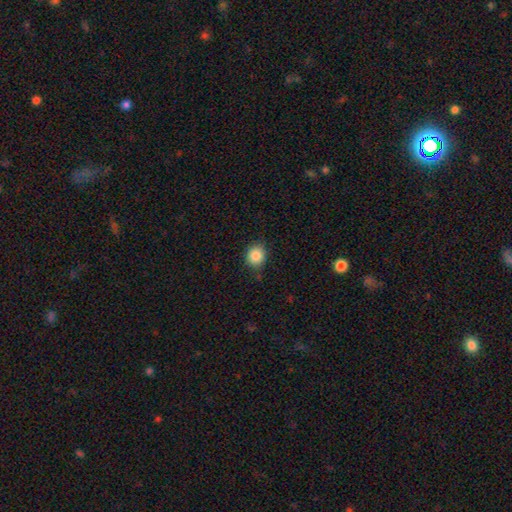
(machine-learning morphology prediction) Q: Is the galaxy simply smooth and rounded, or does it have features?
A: smooth — 86%.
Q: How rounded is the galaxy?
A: round — 74%.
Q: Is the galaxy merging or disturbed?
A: none — 82%.